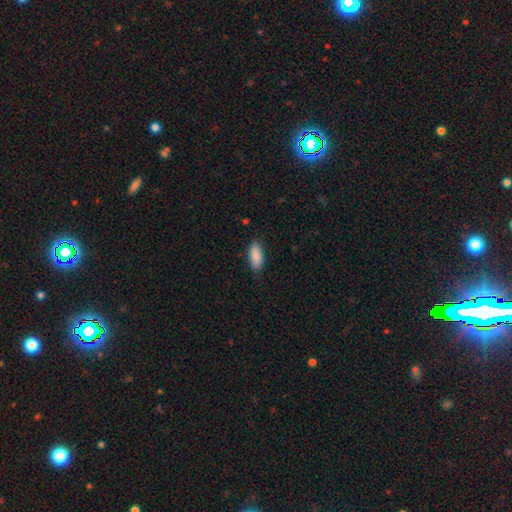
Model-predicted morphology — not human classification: type=smooth (89%); roundness=in between (86%); merging=none (82%).